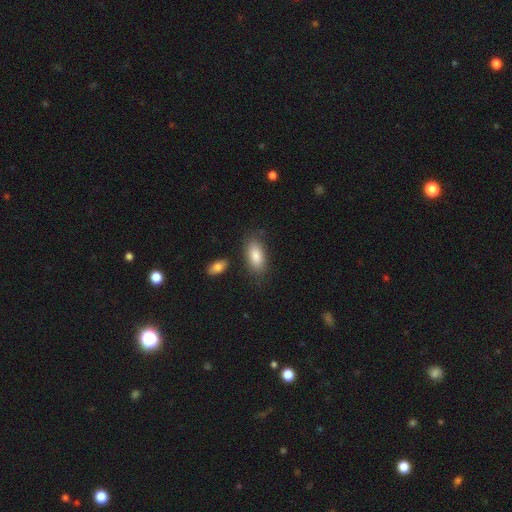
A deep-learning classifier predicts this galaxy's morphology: This is clearly a smooth galaxy (86%). How rounded: clearly in between (91%). Merging: likely none (78%).